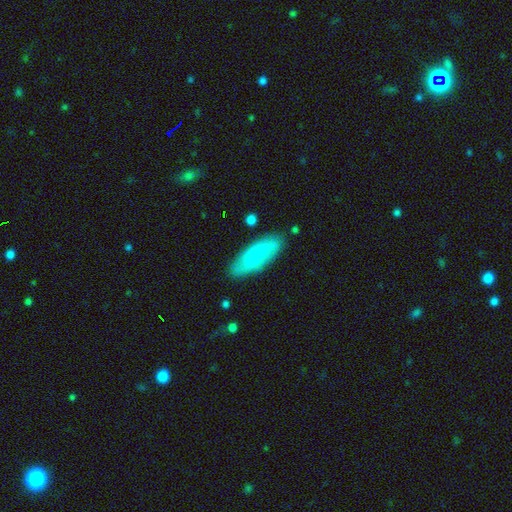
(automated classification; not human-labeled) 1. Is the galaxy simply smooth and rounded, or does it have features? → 66% smooth, 27% featured or disk, 6% star or artifact.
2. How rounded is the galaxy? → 65% in between, 33% cigar-shaped, 2% round.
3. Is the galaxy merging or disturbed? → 83% none, 13% minor disturbance, 3% major disturbance, 2% merger.